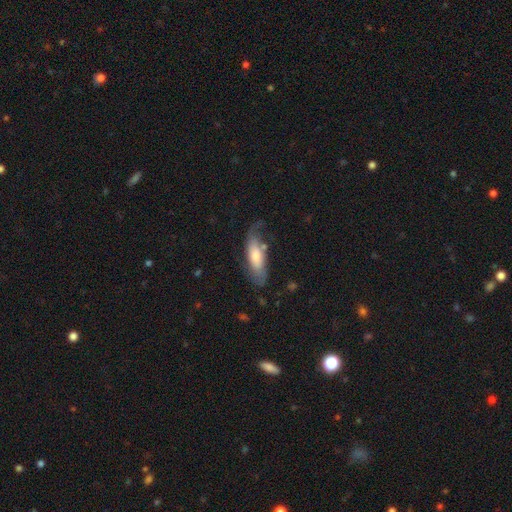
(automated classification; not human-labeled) Q: Smooth or featured?
A: smooth (50%); runner-up: featured or disk (44%)
Q: Merging?
A: none (53%); runner-up: minor disturbance (27%)